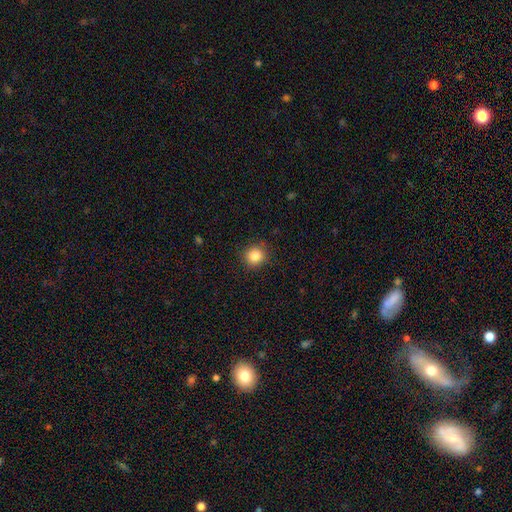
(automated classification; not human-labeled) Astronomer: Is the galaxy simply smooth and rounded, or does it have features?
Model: smooth — 84%.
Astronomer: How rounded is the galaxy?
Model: round — 91%.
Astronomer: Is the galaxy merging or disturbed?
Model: none — 88%.